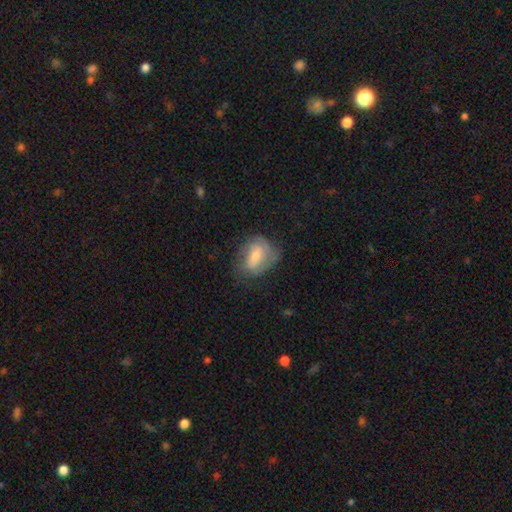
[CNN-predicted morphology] type=smooth (47%); merging=none (53%).